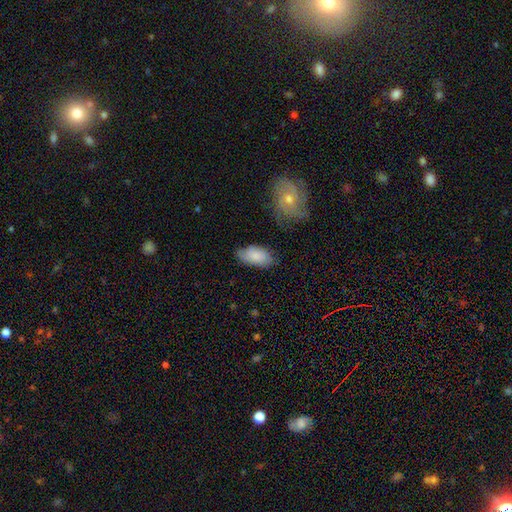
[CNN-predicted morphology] A smooth galaxy with no disk features (80%) that is in between round and cigar-shaped (93%). Merging: none (67%).